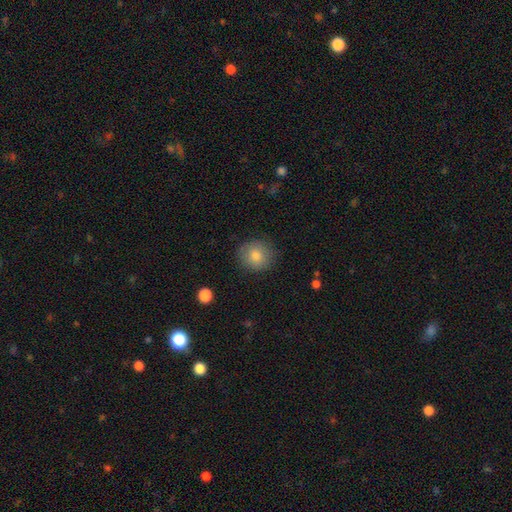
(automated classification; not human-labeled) smooth_or_featured: smooth (p=0.80) [alt: star or artifact p=0.10]
how_rounded: round (p=0.86) [alt: in between p=0.13]
merging: none (p=0.86) [alt: minor disturbance p=0.10]